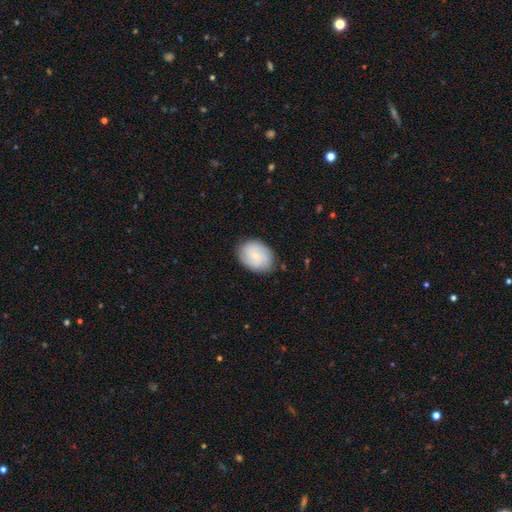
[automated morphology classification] smooth-or-featured: smooth: 55% | featured or disk: 38% | star or artifact: 7%
  how-rounded: in between: 65% | round: 34% | cigar-shaped: 1%
  merging: none: 82% | minor disturbance: 14% | major disturbance: 3% | merger: 1%